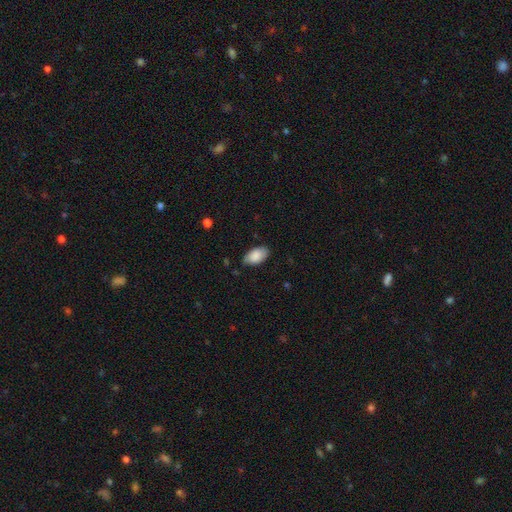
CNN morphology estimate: This appears to be a smooth galaxy with no disk features (87%) that is in between round and cigar-shaped (94%). Merging: none (77%).